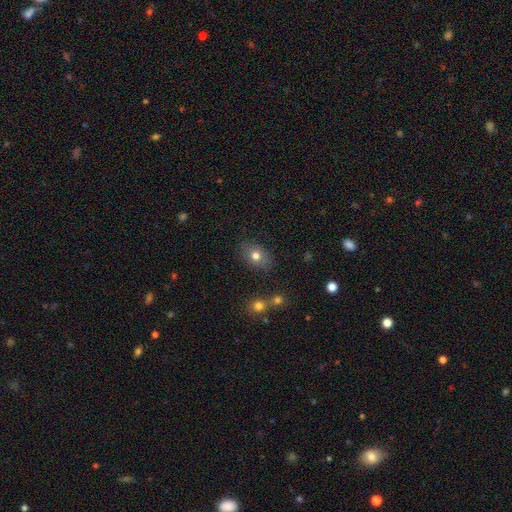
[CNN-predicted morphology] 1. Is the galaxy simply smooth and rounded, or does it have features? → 77% smooth, 12% featured or disk, 11% star or artifact.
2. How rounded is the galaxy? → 67% in between, 32% round, 1% cigar-shaped.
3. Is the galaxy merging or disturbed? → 81% none, 11% minor disturbance, 4% merger, 3% major disturbance.